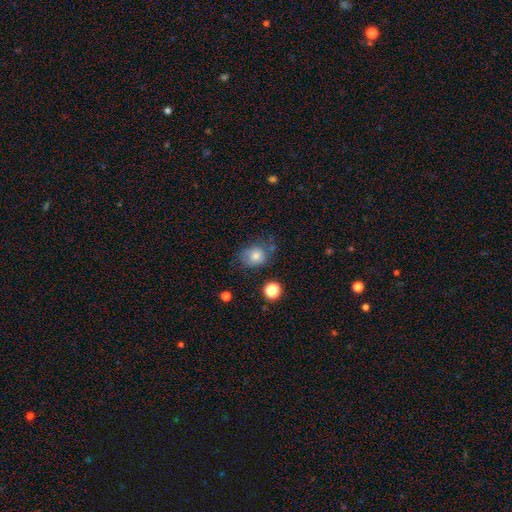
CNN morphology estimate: smooth 74%, featured or disk 15%, star or artifact 12%. Down the decision tree: how rounded — round (53%); merging — none (59%).